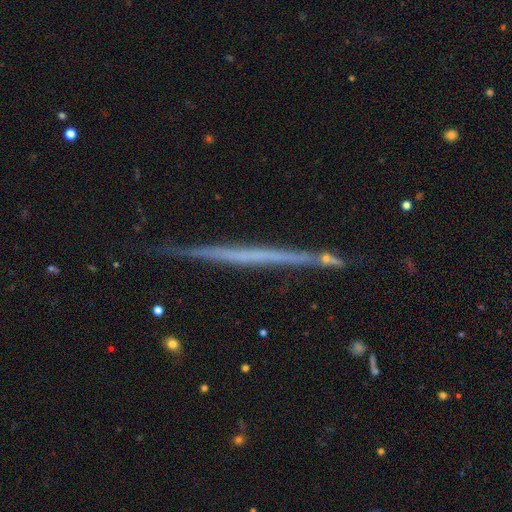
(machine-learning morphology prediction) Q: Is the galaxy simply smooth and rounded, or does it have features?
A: featured or disk — 67%.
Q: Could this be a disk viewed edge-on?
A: yes — 98%.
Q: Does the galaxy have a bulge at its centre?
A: none — 92%.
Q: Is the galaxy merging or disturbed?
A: none — 88%.